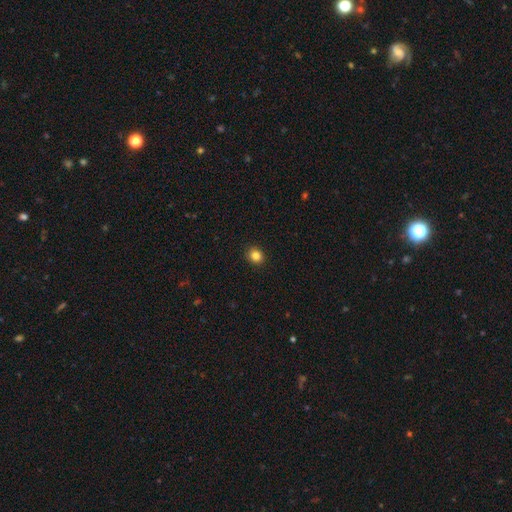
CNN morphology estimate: This is clearly a smooth galaxy (83%). How rounded: likely round (75%). Merging: clearly none (91%).